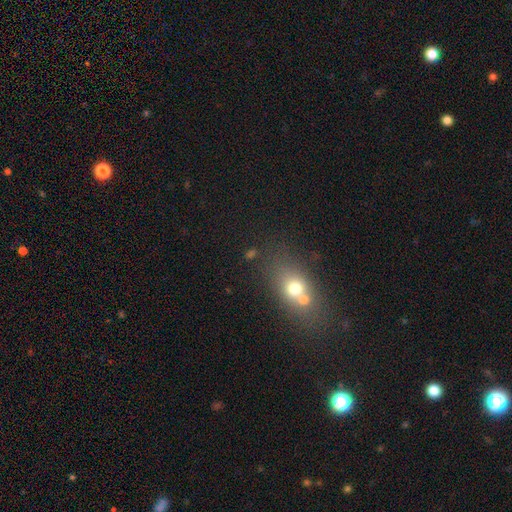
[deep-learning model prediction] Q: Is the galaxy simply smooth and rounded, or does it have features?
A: smooth — 54%.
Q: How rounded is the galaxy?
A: in between — 50%.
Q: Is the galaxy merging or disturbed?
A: none — 47%.